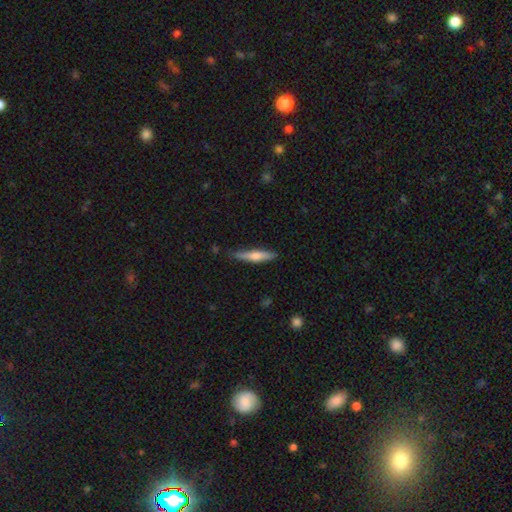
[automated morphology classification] type=smooth (53%); roundness=cigar-shaped (88%); merging=none (84%).